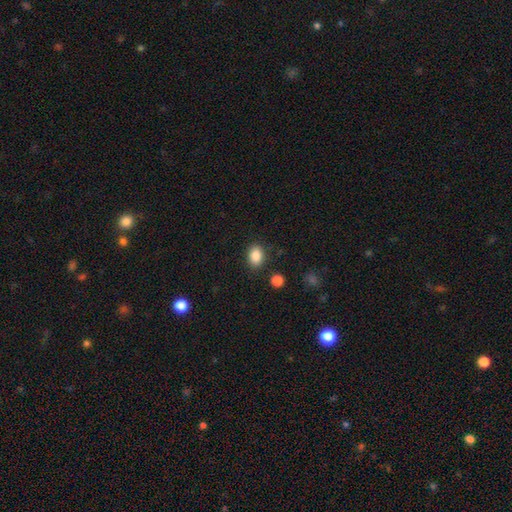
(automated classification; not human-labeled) A smooth galaxy with no disk features (87%) that is in between round and cigar-shaped (72%).

Vote fractions:
- Smooth or featured? smooth: 87% / star or artifact: 9% / featured or disk: 4%
- How rounded? in between: 72% / round: 27% / cigar-shaped: 1%
- Merging? none: 85% / minor disturbance: 9% / merger: 3% / major disturbance: 3%